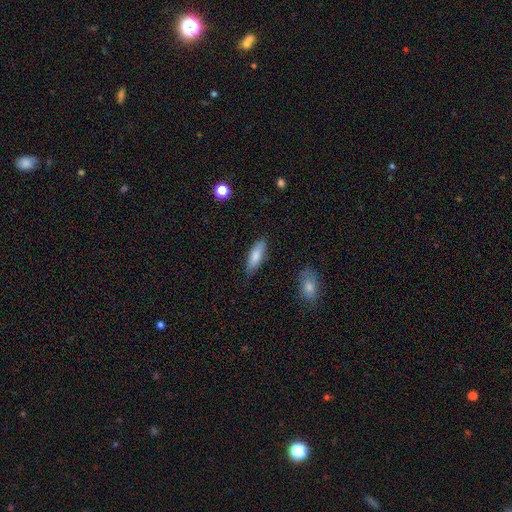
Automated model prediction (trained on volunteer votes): The model was most divided on "how rounded": in between: 61%, cigar-shaped: 37%, round: 2%. More confident: smooth or featured — smooth (81%); merging — none (78%).